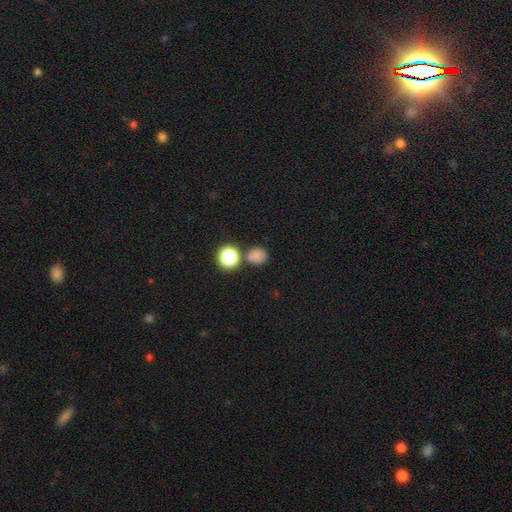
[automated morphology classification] Overall: smooth (76%). How rounded: round (83%). Merging: none (67%).